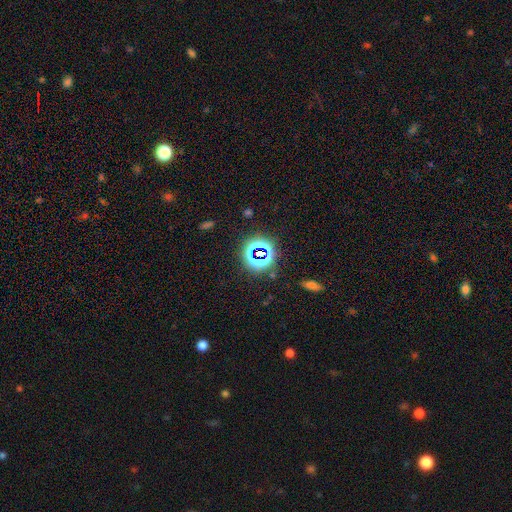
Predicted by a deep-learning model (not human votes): smooth_or_featured: star or artifact (p=0.72) [alt: smooth p=0.19]